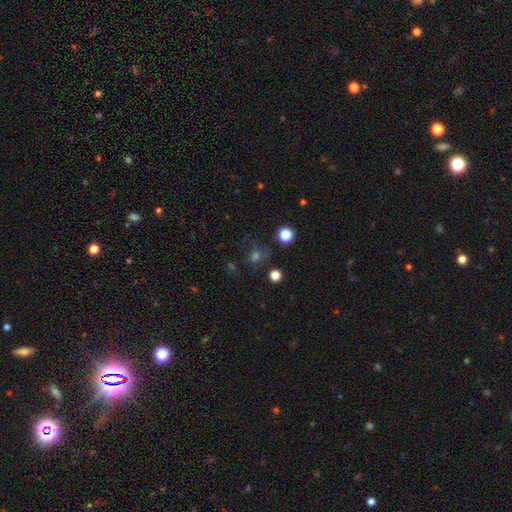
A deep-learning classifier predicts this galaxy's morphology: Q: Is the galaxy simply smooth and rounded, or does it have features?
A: smooth — 42%.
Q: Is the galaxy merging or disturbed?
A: none — 64%.